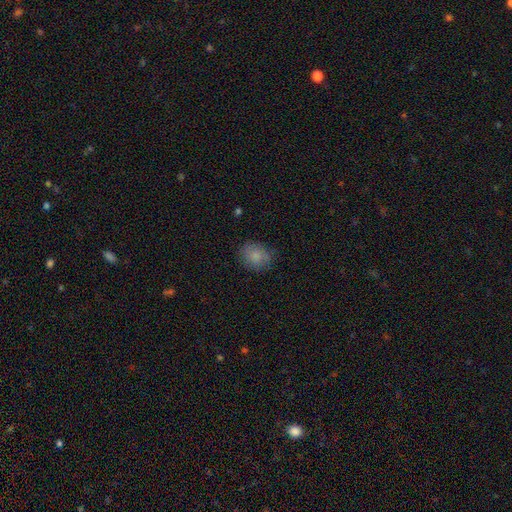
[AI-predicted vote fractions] This is clearly a smooth galaxy (82%). How rounded: possibly round (59%). Merging: likely none (75%).